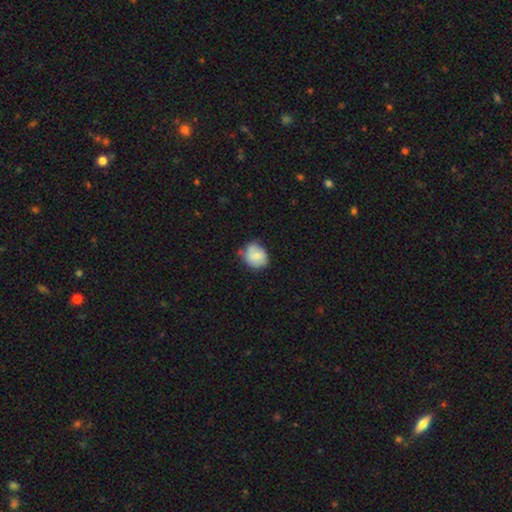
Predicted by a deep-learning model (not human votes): Smooth or featured?
  - smooth: 66% *
  - featured or disk: 27%
  - star or artifact: 7%
How rounded?
  - round: 65% *
  - in between: 34%
  - cigar-shaped: 1%
Merging?
  - none: 59% *
  - minor disturbance: 32%
  - major disturbance: 6%
  - merger: 3%